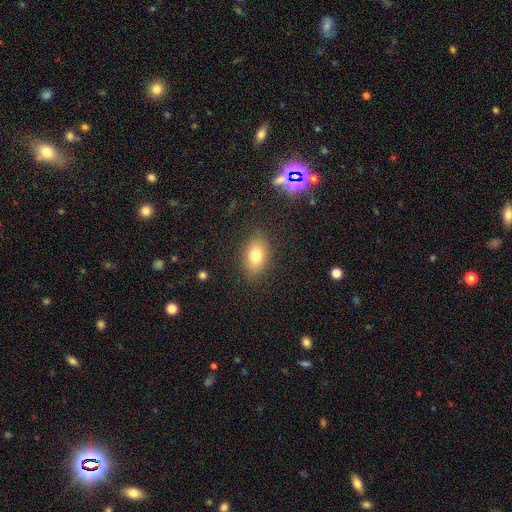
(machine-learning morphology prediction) Q: Smooth or featured?
A: smooth (76%); runner-up: featured or disk (14%)
Q: How rounded?
A: in between (84%); runner-up: round (14%)
Q: Merging?
A: none (84%); runner-up: minor disturbance (11%)